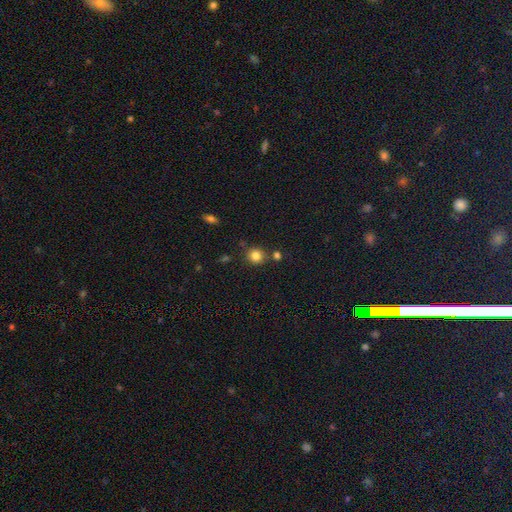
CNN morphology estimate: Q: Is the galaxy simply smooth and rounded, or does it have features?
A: smooth — 83%.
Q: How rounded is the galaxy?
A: round — 89%.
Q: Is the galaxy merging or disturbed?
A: none — 78%.